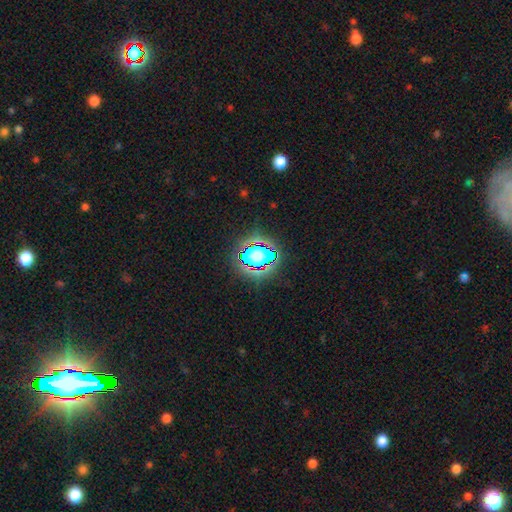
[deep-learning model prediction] smooth_or_featured: star or artifact (p=0.53) [alt: smooth p=0.32]